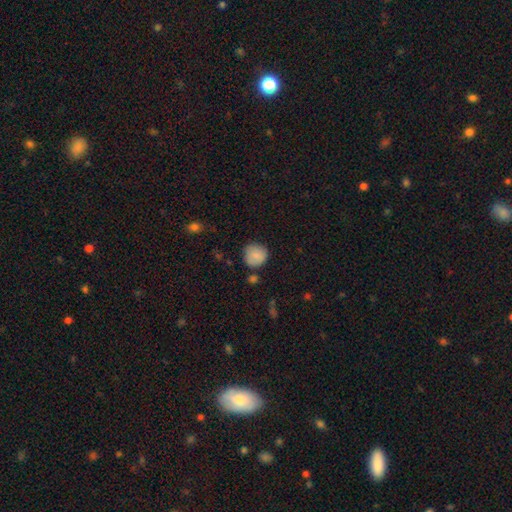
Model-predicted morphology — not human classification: smooth_or_featured: smooth (p=0.84) [alt: star or artifact p=0.08]
how_rounded: round (p=0.89) [alt: in between p=0.10]
merging: none (p=0.74) [alt: minor disturbance p=0.19]